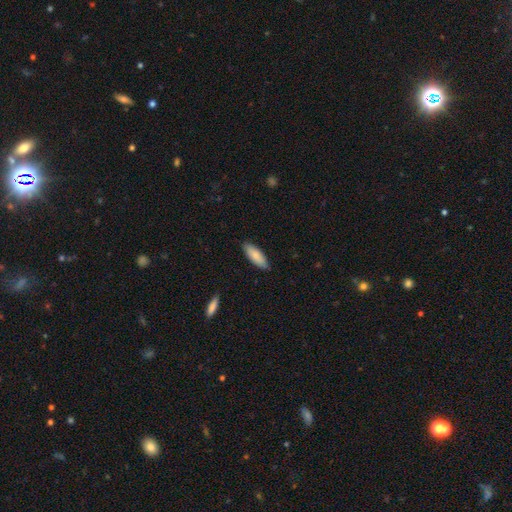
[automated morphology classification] Overall: smooth (83%). How rounded: in between (67%; cigar-shaped 31%). Merging: none (87%).